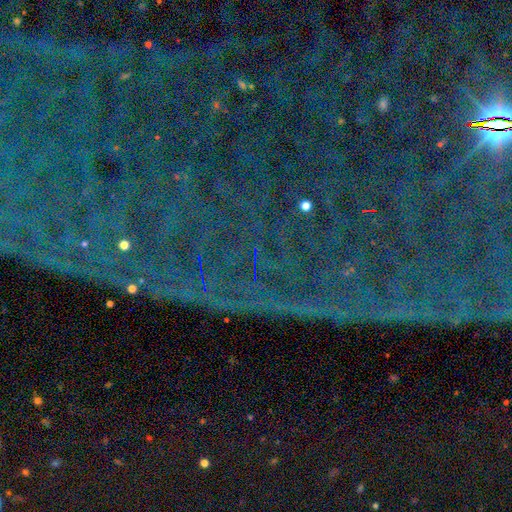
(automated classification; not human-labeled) Q: Smooth or featured?
A: star or artifact (85%); runner-up: featured or disk (8%)